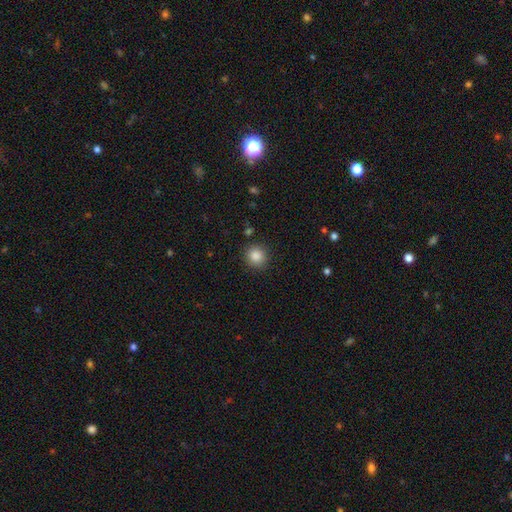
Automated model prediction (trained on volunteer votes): smooth 86%, star or artifact 10%, featured or disk 4%. Down the decision tree: how rounded — round (91%); merging — none (89%).